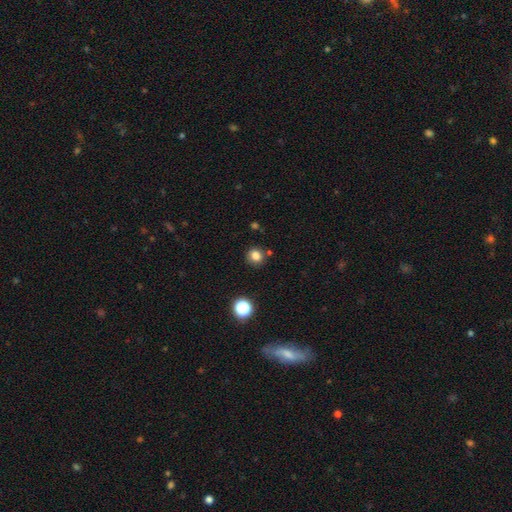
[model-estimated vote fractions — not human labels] Morphology: type=smooth (81%); roundness=round (83%); merging=none (85%).